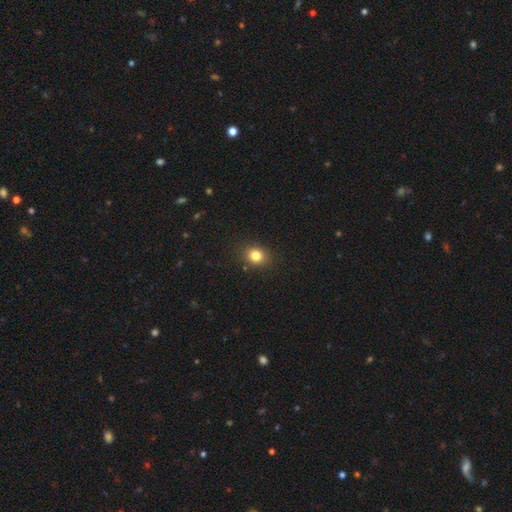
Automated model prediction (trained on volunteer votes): This is clearly a smooth galaxy (82%). How rounded: likely round (67%). Merging: clearly none (88%).